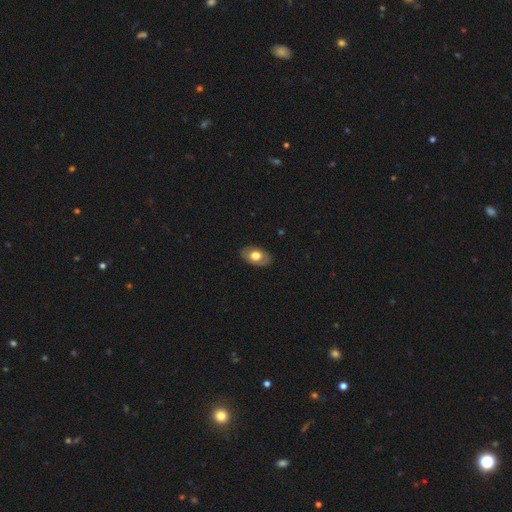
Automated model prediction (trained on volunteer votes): This appears to be a smooth galaxy with no disk features (64%) that is in between round and cigar-shaped (89%). Merging: none (84%).